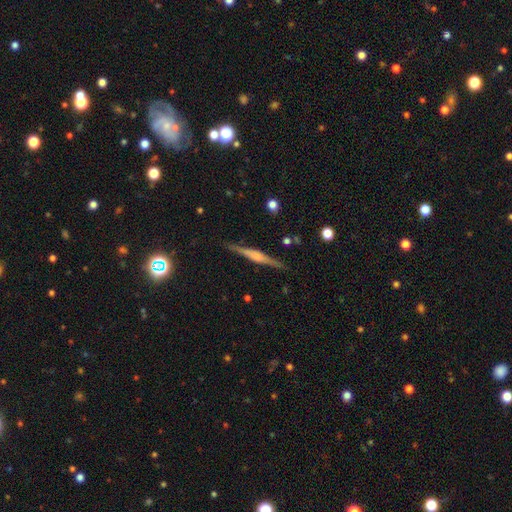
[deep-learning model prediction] featured or disk 74%, smooth 19%, star or artifact 6%. Down the decision tree: edge-on disk — yes (98%); edge-on bulge — rounded (53%); merging — none (89%).